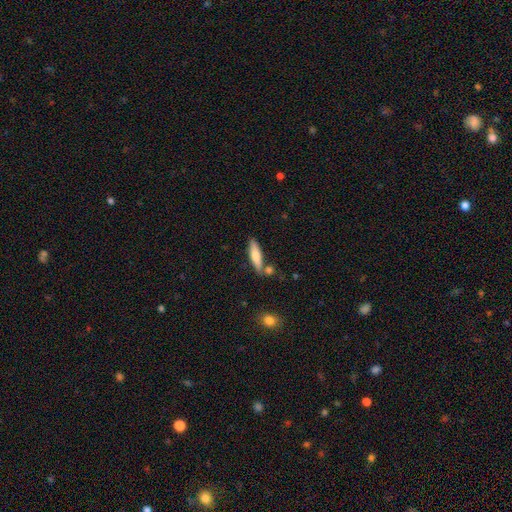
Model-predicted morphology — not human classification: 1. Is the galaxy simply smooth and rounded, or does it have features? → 67% smooth, 27% featured or disk, 6% star or artifact.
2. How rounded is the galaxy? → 73% cigar-shaped, 26% in between, 2% round.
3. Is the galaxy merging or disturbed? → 74% none, 12% minor disturbance, 10% merger, 3% major disturbance.